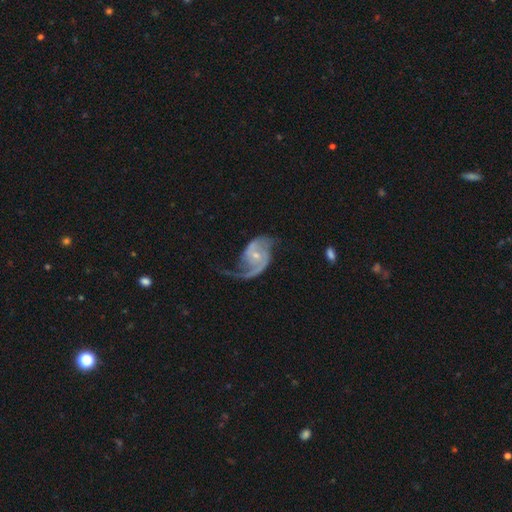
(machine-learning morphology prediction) smooth-or-featured: featured or disk: 89% | smooth: 6% | star or artifact: 5%
  disk-edge-on: no: 98% | yes: 2%
    bar: no: 48% | weak: 41% | strong: 12%
    has-spiral-arms: yes: 97% | no: 3%
      spiral-winding: loose: 49% | medium: 40% | tight: 11%
      spiral-arm-count: 2: 86% | 1: 8% | can't tell: 3% | 3: 2% | 4: 1% | more than 4: 1%
    bulge-size: small: 62% | moderate: 33% | none: 3% | large: 1% | dominant: 1%
  merging: none: 55% | major disturbance: 21% | minor disturbance: 21% | merger: 3%